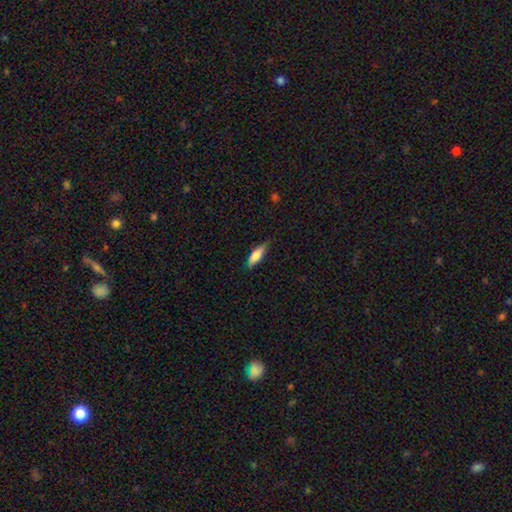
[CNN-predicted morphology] Q: Smooth or featured?
A: smooth (73%); runner-up: featured or disk (21%)
Q: How rounded?
A: in between (54%); runner-up: cigar-shaped (44%)
Q: Merging?
A: none (77%); runner-up: minor disturbance (19%)